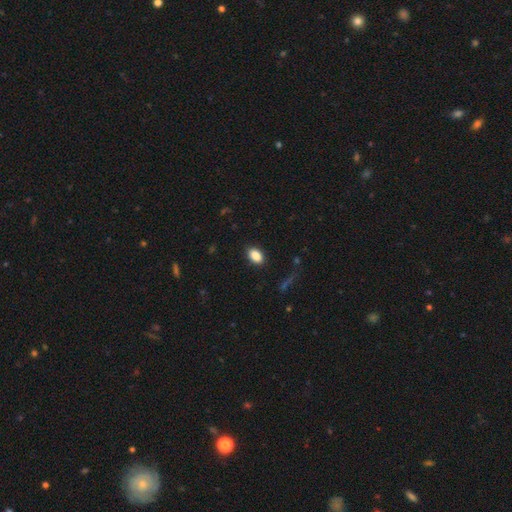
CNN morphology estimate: A smooth galaxy with no disk features (88%) that is in between round and cigar-shaped (89%).

Vote fractions:
- Smooth or featured? smooth: 88% / star or artifact: 8% / featured or disk: 4%
- How rounded? in between: 89% / round: 10% / cigar-shaped: 2%
- Merging? none: 87% / minor disturbance: 9% / major disturbance: 3% / merger: 1%